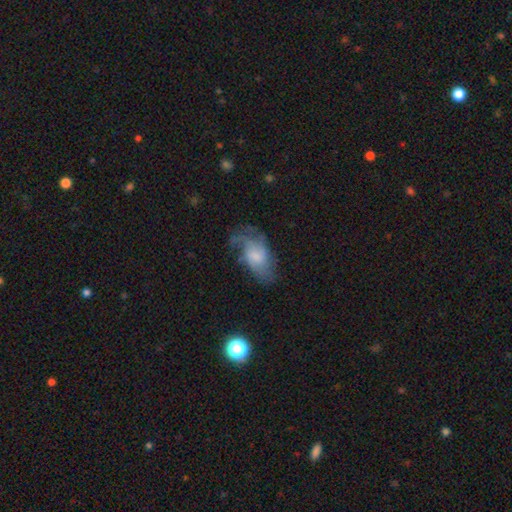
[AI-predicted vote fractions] Morphology: type=featured or disk (56%); edge-on=no (95%); bar=no (60%); spiral arms=yes (81%); bulge=small (32%); merging=none (45%).